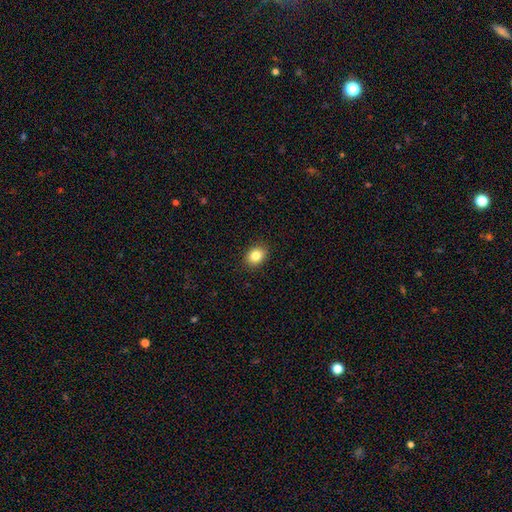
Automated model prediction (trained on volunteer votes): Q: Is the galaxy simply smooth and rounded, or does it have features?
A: smooth — 84%.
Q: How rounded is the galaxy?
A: in between — 54%.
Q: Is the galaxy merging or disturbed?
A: none — 90%.